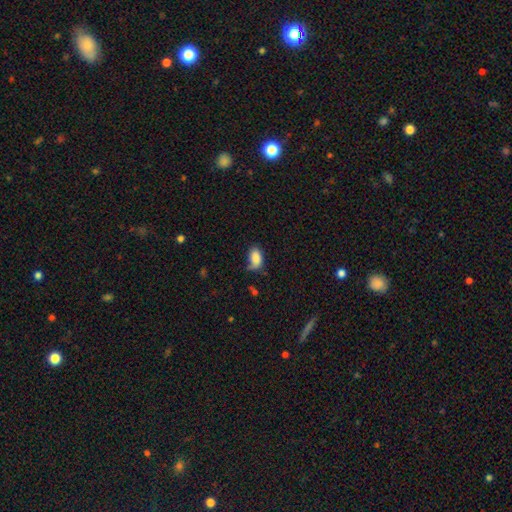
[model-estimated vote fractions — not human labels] A smooth galaxy with no disk features (84%) that is in between round and cigar-shaped (92%). Merging: none (47%).